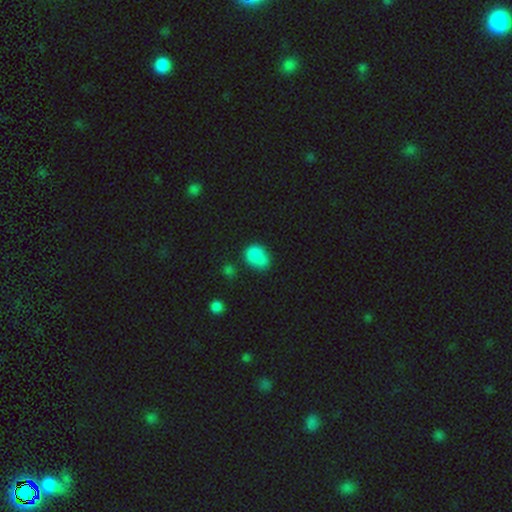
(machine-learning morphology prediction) smooth-or-featured: smooth: 83% | star or artifact: 12% | featured or disk: 6%
  how-rounded: in between: 70% | round: 29% | cigar-shaped: 1%
  merging: none: 53% | minor disturbance: 31% | major disturbance: 10% | merger: 6%